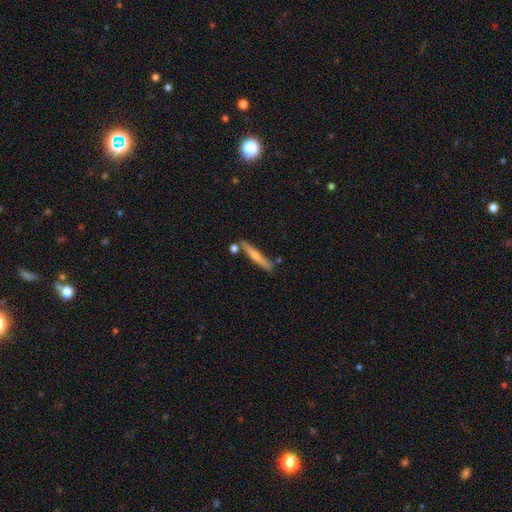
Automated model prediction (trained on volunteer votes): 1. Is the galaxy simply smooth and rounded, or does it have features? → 51% smooth, 43% featured or disk, 6% star or artifact.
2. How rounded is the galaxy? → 92% cigar-shaped, 6% in between, 2% round.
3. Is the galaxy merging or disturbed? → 76% none, 12% minor disturbance, 8% merger, 3% major disturbance.